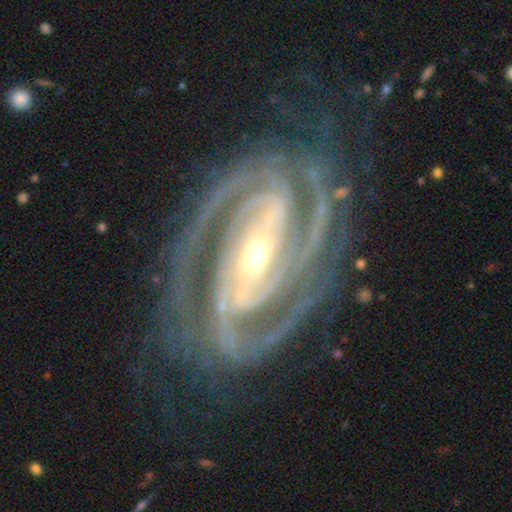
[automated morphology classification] A featured or disk galaxy (94%) with a strong bar (60%), 2 (45%) tight (64%) spiral arms (99%) and a small central bulge (59%). Merging: none (72%).